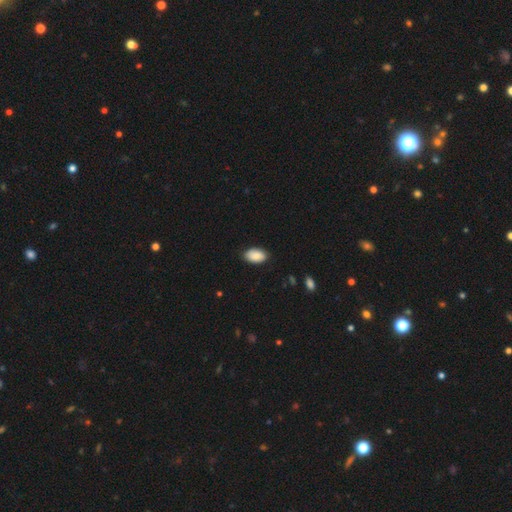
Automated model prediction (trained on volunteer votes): Smooth or featured: smooth — 89% (star or artifact — 6%)
How rounded: in between — 94% (round — 5%)
Merging: none — 86% (minor disturbance — 11%)